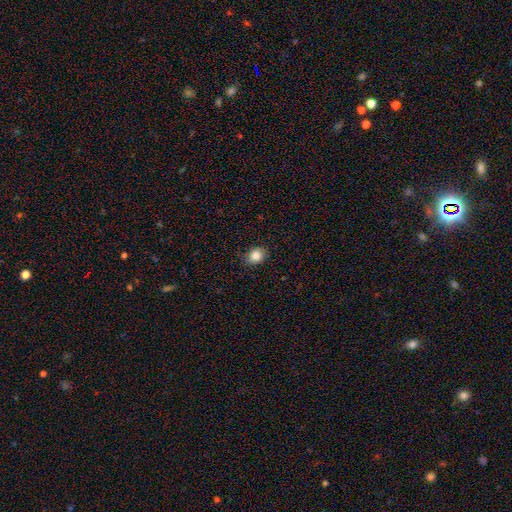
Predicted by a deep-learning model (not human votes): Smooth or featured? Predicted: smooth (p=0.85). How rounded? Predicted: round (p=0.52). Merging? Predicted: none (p=0.82).